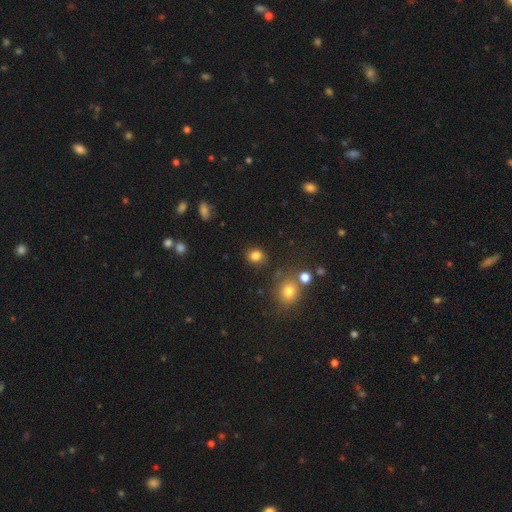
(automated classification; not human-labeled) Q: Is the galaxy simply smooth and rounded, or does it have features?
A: smooth — 82%.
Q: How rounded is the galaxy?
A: round — 67%.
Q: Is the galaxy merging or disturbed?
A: none — 83%.